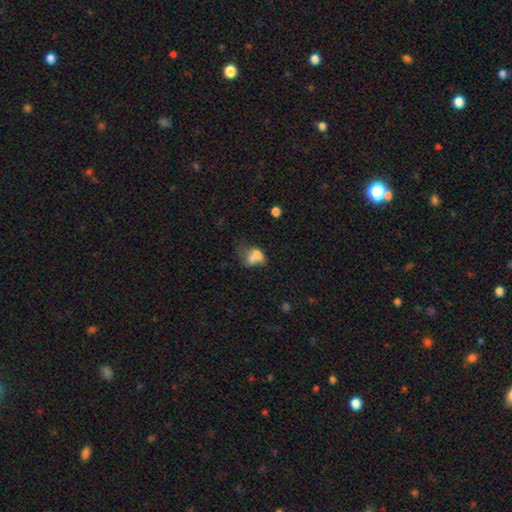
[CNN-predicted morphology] Smooth or featured? smooth (65%)
How rounded? in between (66%)
Merging? merger (61%)